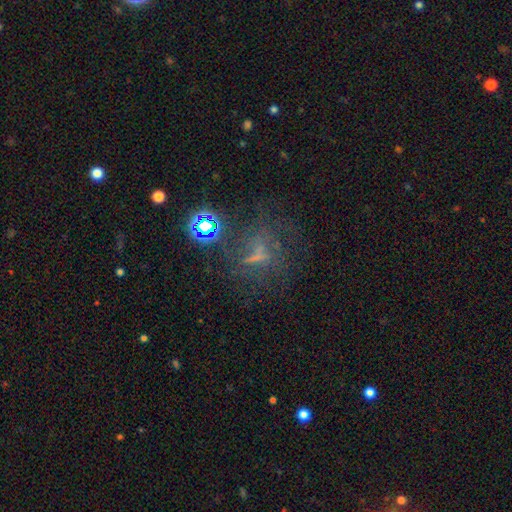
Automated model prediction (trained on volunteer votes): star or artifact 37%, featured or disk 33%, smooth 30%.